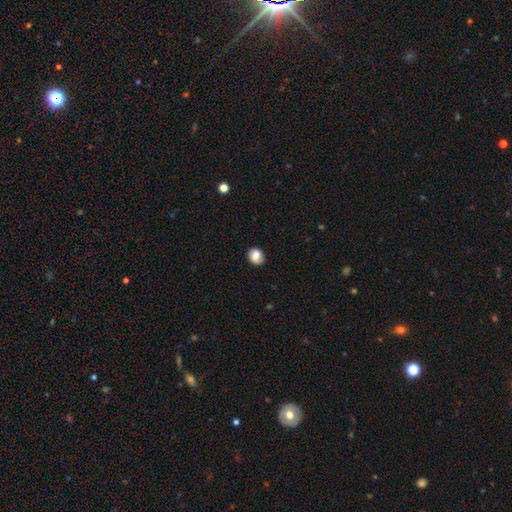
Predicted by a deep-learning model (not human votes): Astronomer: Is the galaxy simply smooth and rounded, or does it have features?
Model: smooth — 76%.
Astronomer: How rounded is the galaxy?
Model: round — 69%.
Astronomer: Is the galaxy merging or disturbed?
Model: none — 72%.